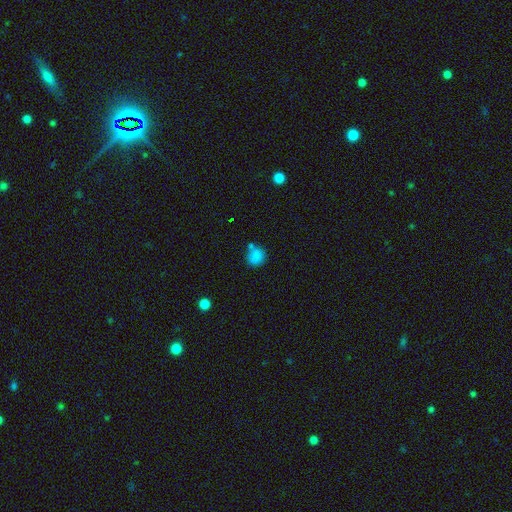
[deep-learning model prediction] Smooth or featured? Predicted: smooth (p=0.83). How rounded? Predicted: round (p=0.84). Merging? Predicted: none (p=0.64).